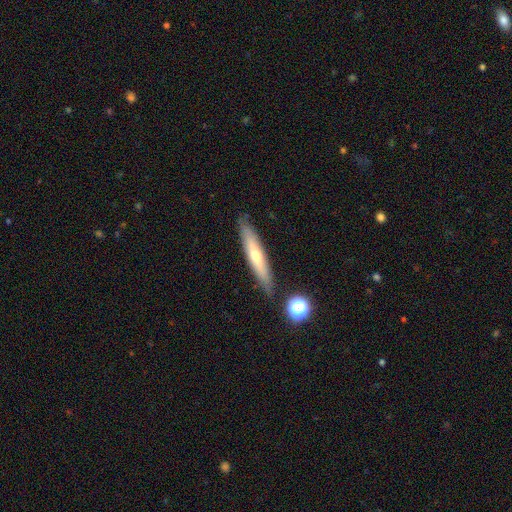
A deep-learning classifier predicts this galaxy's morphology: Smooth or featured?
  - featured or disk: 47% *
  - smooth: 45%
  - star or artifact: 8%
Merging?
  - none: 85% *
  - minor disturbance: 10%
  - merger: 3%
  - major disturbance: 2%